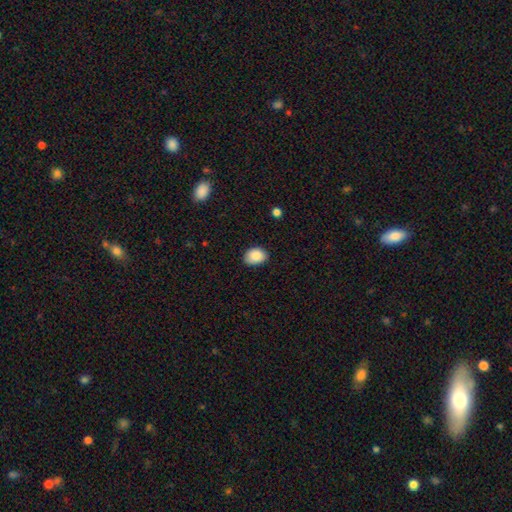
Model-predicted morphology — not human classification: A smooth galaxy with no disk features (86%) that is in between round and cigar-shaped (71%).

Vote fractions:
- Smooth or featured? smooth: 86% / star or artifact: 8% / featured or disk: 6%
- How rounded? in between: 71% / round: 28% / cigar-shaped: 1%
- Merging? none: 79% / minor disturbance: 18% / major disturbance: 3% / merger: 1%